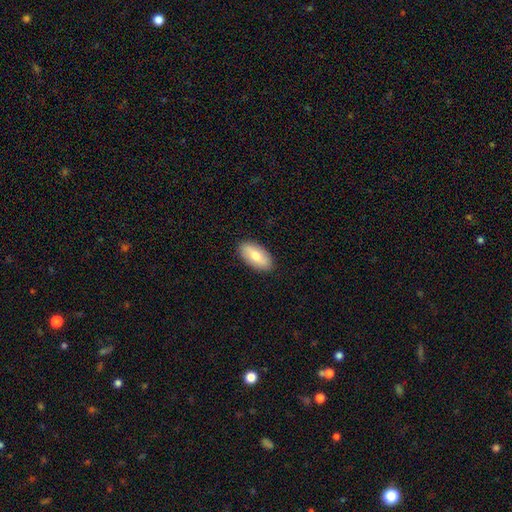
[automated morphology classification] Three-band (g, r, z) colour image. It shows a smooth galaxy with no disk features (73%) that is in between round and cigar-shaped (93%). Merging: none (89%).